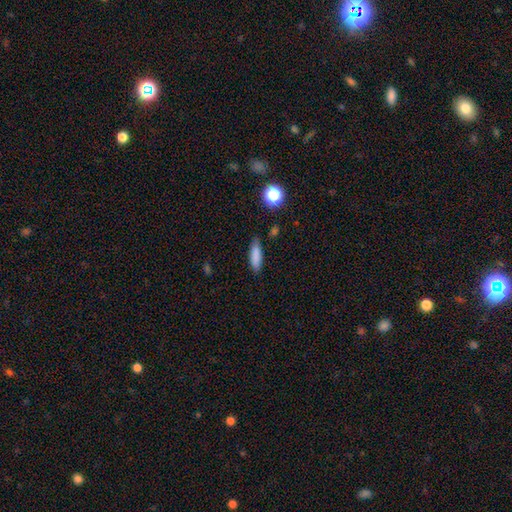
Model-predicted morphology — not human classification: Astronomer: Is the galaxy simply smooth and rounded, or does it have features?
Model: smooth — 84%.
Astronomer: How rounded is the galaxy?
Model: cigar-shaped — 53% (runner-up: in between, 44%).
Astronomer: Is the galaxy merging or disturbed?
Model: none — 79%.